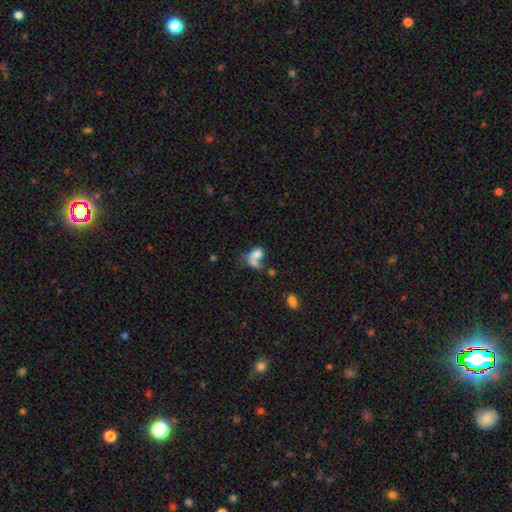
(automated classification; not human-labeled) smooth-or-featured: smooth: 67% | featured or disk: 20% | star or artifact: 13%
  how-rounded: in between: 76% | round: 21% | cigar-shaped: 2%
  merging: merger: 51% | none: 20% | major disturbance: 18% | minor disturbance: 11%